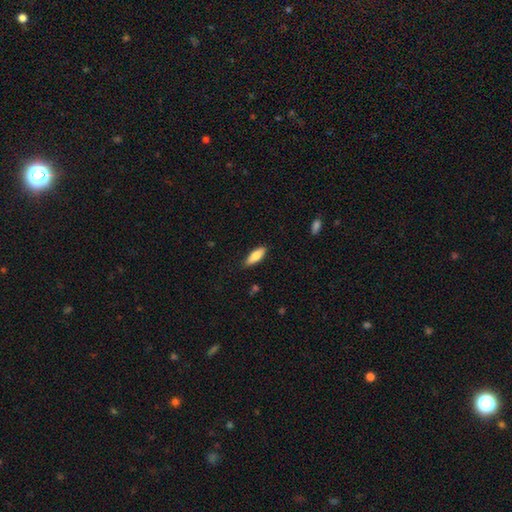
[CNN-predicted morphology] Smooth or featured? smooth (77%)
How rounded? in between (61%)
Merging? none (86%)